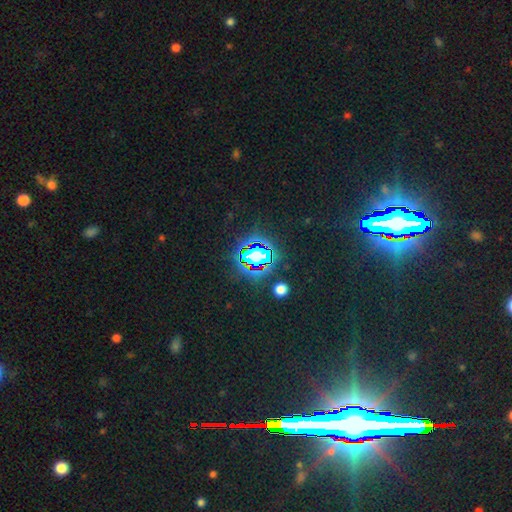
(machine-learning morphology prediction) type=star or artifact (73%).